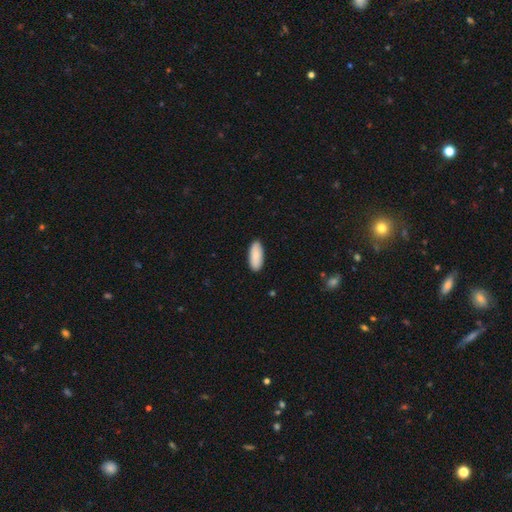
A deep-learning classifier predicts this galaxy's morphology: Q: Smooth or featured?
A: smooth (88%); runner-up: featured or disk (7%)
Q: How rounded?
A: in between (85%); runner-up: cigar-shaped (14%)
Q: Merging?
A: none (90%); runner-up: minor disturbance (8%)